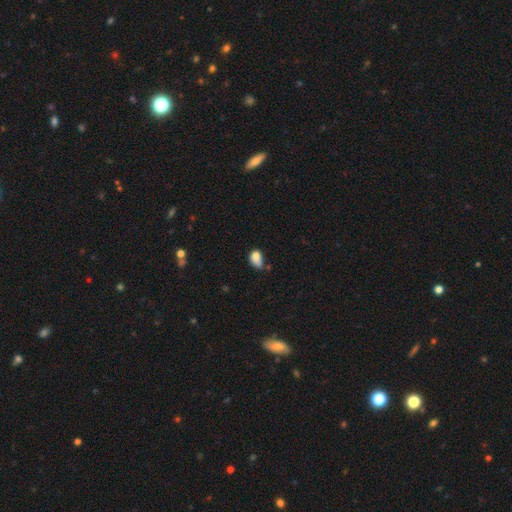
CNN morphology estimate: Smooth or featured? smooth (79%)
How rounded? in between (76%)
Merging? minor disturbance (39%)